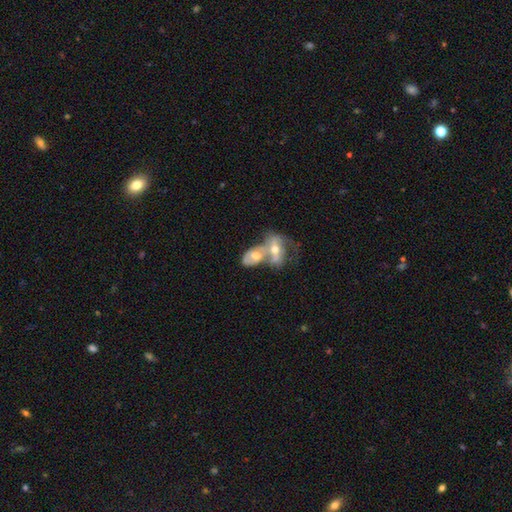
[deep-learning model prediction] A featured or disk galaxy (56%) with no bar (69%), no spiral arms (50%, tied with yes) and a moderate central bulge (72%).

Vote fractions:
- Smooth or featured? featured or disk: 56% / smooth: 36% / star or artifact: 8%
- Edge-on disk? no: 93% / yes: 7%
- Bar? no: 69% / weak: 22% / strong: 9%
- Spiral arms? no: 50% (tied) / yes: 50% (tied)
- Bulge size? moderate: 72% / small: 16% / large: 8% / none: 2% / dominant: 1%
- Merging? merger: 77% / none: 10% / major disturbance: 6% / minor disturbance: 6%